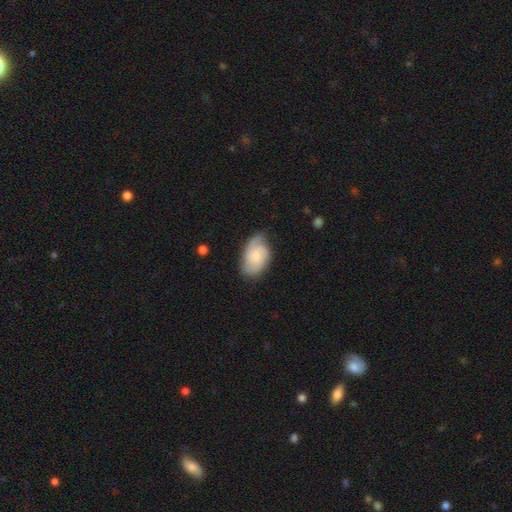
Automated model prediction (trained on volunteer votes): featured or disk 61%, smooth 33%, star or artifact 6%. Down the decision tree: edge-on disk — no (97%); bar — no (70%); spiral arms — yes (93%); spiral arm count — 2 (47%); spiral winding — medium (43%); bulge size — small (52%); merging — none (67%).